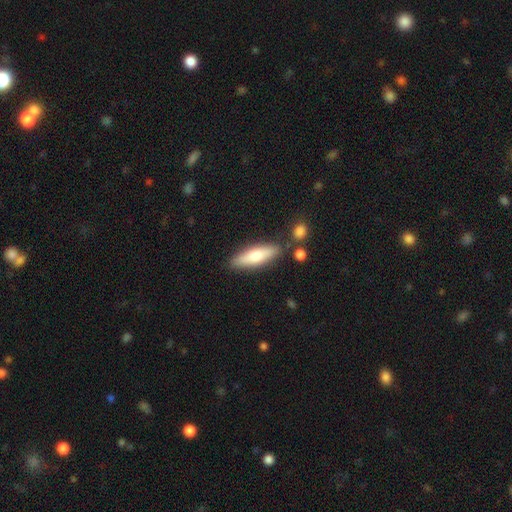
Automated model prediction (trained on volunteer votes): This appears to be a smooth galaxy with no disk features (59%) that is cigar-shaped (59%). Merging: none (81%).